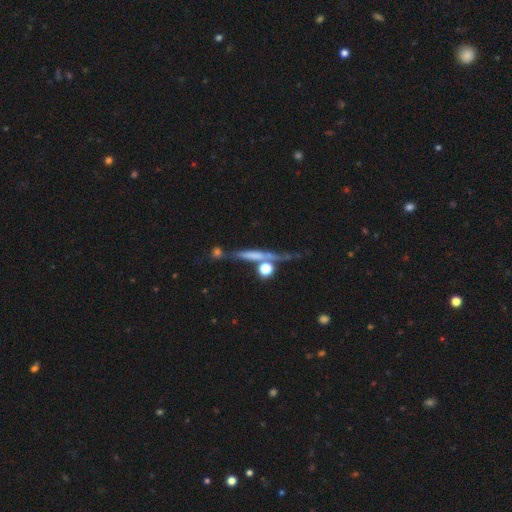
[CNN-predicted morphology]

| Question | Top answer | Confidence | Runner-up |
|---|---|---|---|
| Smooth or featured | featured or disk | 47% | smooth (40%) |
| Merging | none | 64% | minor disturbance (15%) |